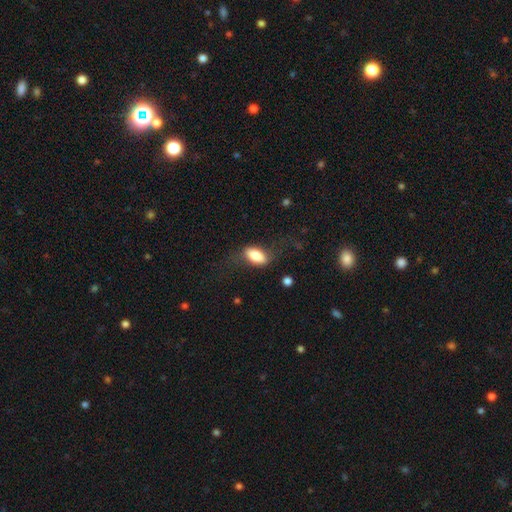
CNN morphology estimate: Q: Smooth or featured?
A: smooth (78%); runner-up: featured or disk (16%)
Q: How rounded?
A: in between (88%); runner-up: cigar-shaped (8%)
Q: Merging?
A: none (60%); runner-up: minor disturbance (21%)